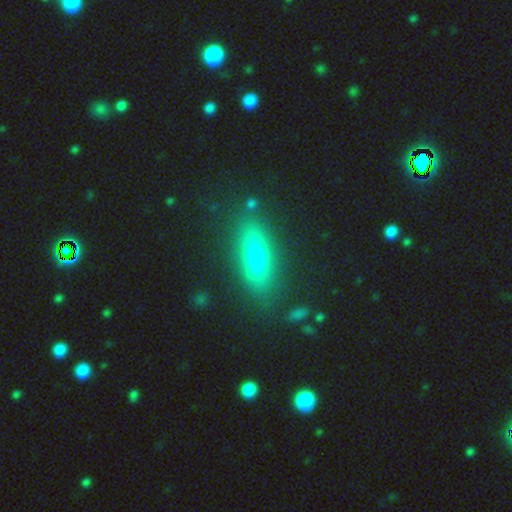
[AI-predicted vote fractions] Smooth or featured: smooth — 61% (featured or disk — 28%)
How rounded: in between — 54% (cigar-shaped — 39%)
Merging: none — 81% (minor disturbance — 12%)